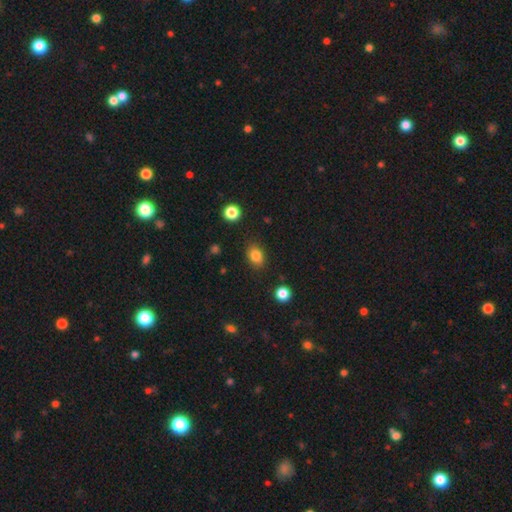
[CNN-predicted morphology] type=smooth (83%); roundness=in between (66%); merging=none (85%).